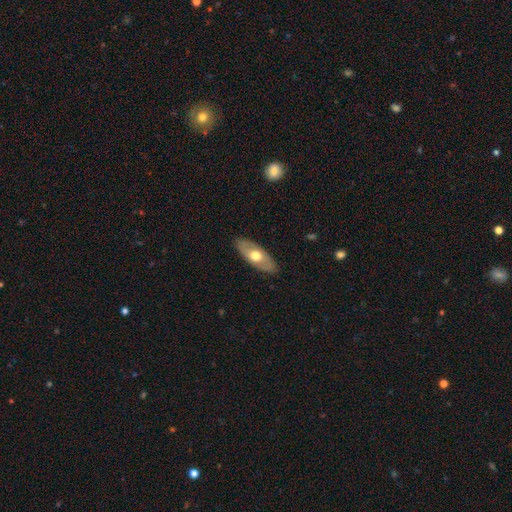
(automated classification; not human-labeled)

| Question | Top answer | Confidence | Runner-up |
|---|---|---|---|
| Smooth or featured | smooth | 52% | featured or disk (43%) |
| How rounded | in between | 82% | cigar-shaped (14%) |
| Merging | none | 87% | minor disturbance (10%) |